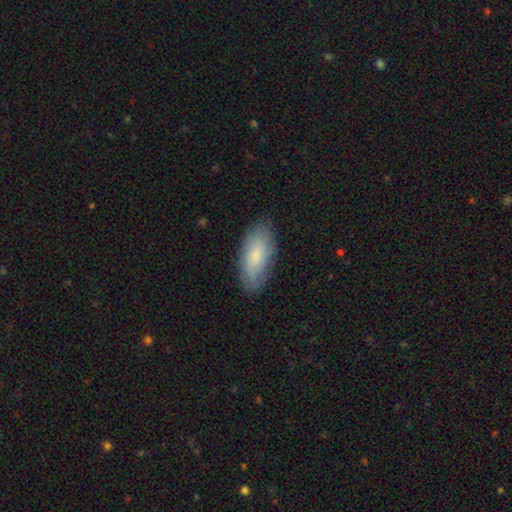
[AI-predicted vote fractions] This is likely a smooth galaxy (72%). How rounded: clearly in between (89%). Merging: clearly none (81%).